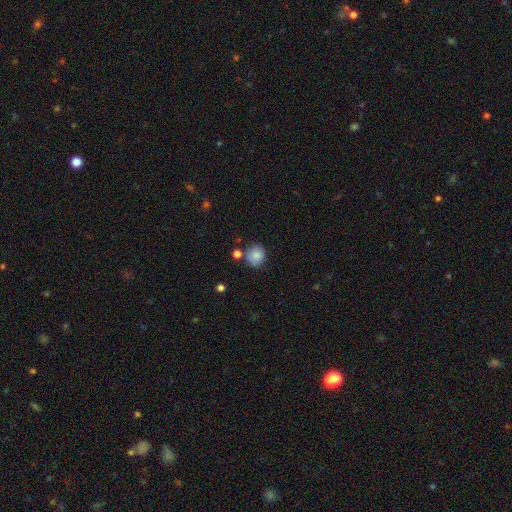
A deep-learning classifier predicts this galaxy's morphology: type=smooth (83%); roundness=round (83%); merging=none (72%).